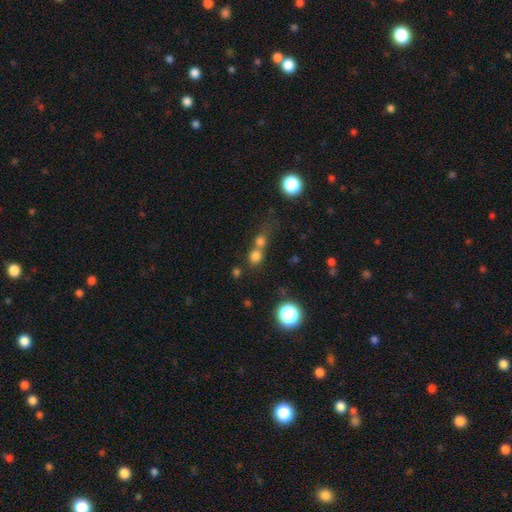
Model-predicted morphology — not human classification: Smooth or featured? Predicted: smooth (p=0.71). How rounded? Predicted: round (p=0.78). Merging? Predicted: merger (p=0.52).